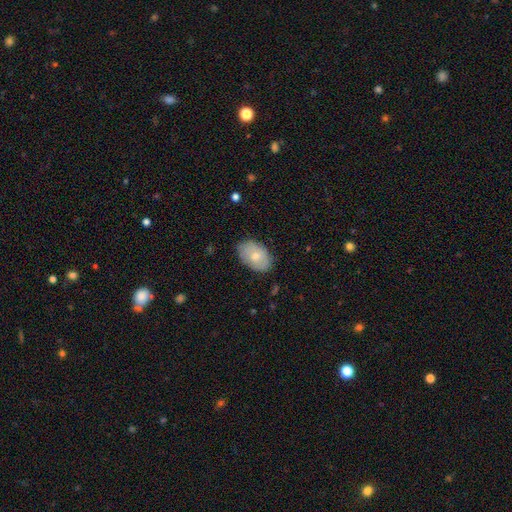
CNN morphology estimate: Smooth or featured? smooth (72%)
How rounded? in between (89%)
Merging? none (80%)